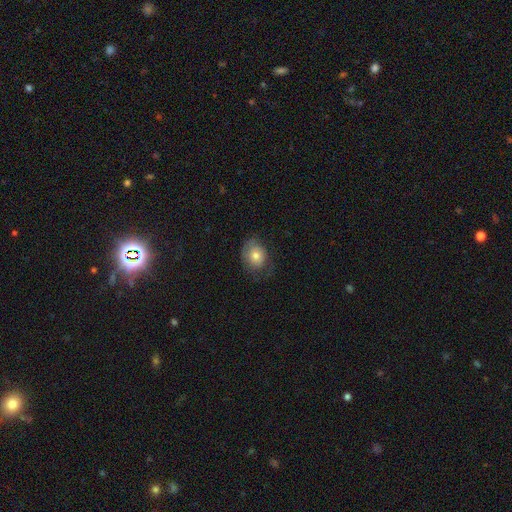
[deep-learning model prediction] This is likely a smooth galaxy (66%). How rounded: possibly in between (52%). Merging: possibly none (59%).